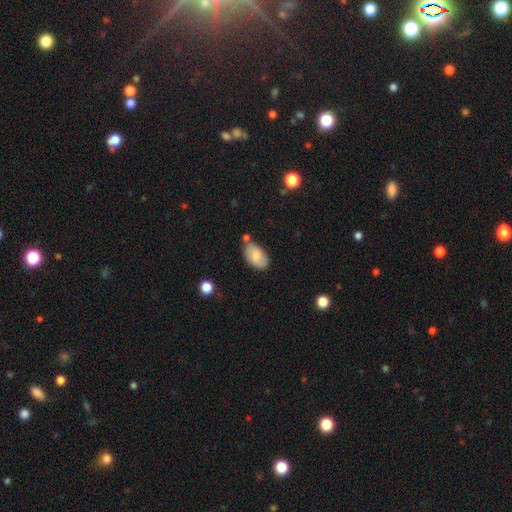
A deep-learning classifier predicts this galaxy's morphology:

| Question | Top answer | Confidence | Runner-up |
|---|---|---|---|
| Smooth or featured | smooth | 75% | featured or disk (18%) |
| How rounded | in between | 94% | round (5%) |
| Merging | none | 65% | minor disturbance (20%) |